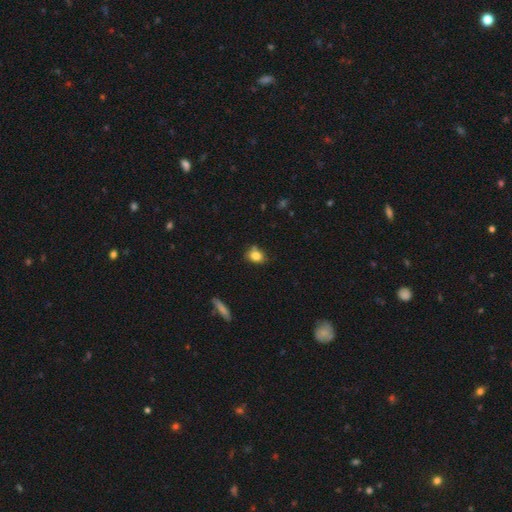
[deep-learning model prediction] A smooth galaxy with no disk features (81%) that is in between round and cigar-shaped (57%).

Vote fractions:
- Smooth or featured? smooth: 81% / star or artifact: 10% / featured or disk: 9%
- How rounded? in between: 57% / round: 41% / cigar-shaped: 2%
- Merging? none: 67% / minor disturbance: 23% / merger: 6% / major disturbance: 4%